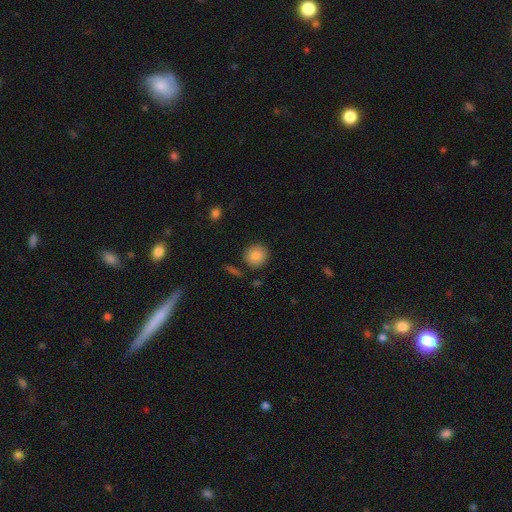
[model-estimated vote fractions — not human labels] Smooth or featured: smooth — 84% (star or artifact — 8%)
How rounded: round — 92% (in between — 7%)
Merging: none — 87% (minor disturbance — 8%)